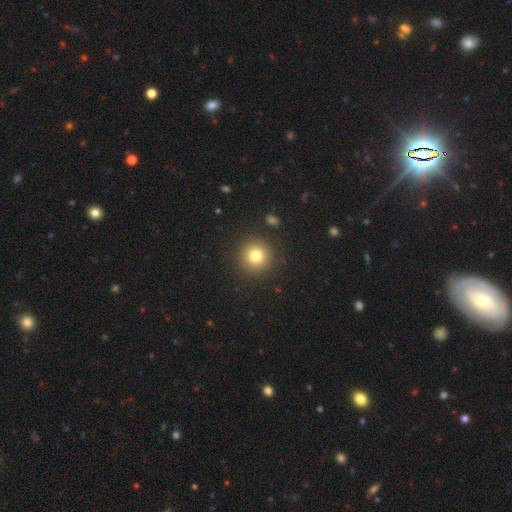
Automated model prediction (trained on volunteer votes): Smooth or featured? Predicted: smooth (p=0.79). How rounded? Predicted: round (p=0.95). Merging? Predicted: none (p=0.90).